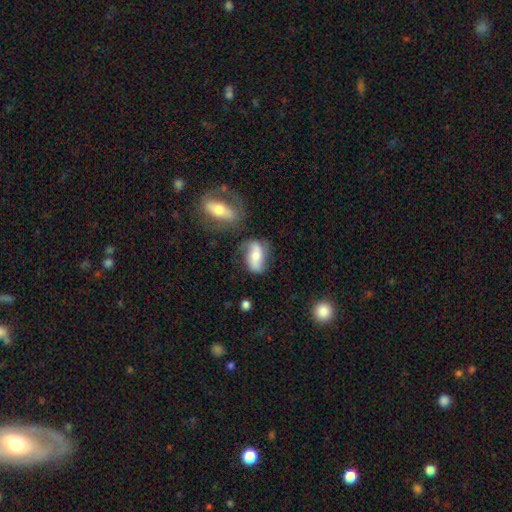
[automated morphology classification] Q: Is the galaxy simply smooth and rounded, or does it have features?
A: featured or disk — 51%.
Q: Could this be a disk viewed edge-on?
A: no — 87%.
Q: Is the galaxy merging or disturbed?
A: none — 59%.